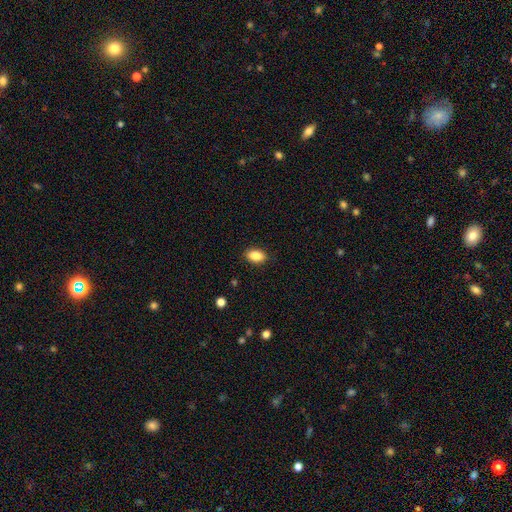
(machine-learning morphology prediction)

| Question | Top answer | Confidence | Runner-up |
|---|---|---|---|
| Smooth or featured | smooth | 87% | star or artifact (8%) |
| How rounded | in between | 87% | round (11%) |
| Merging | none | 88% | minor disturbance (9%) |